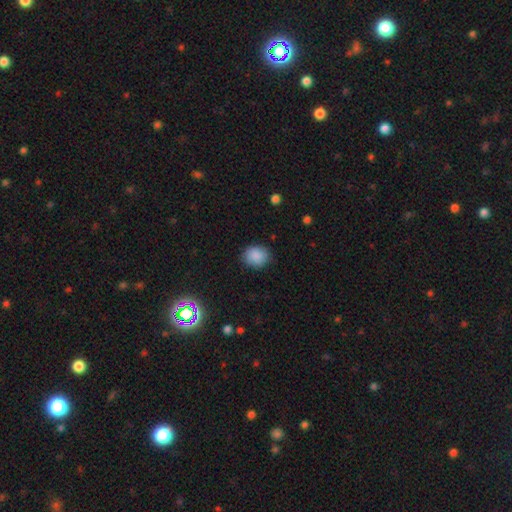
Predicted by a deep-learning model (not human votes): Morphology: type=smooth (87%); roundness=round (60%); merging=none (83%).